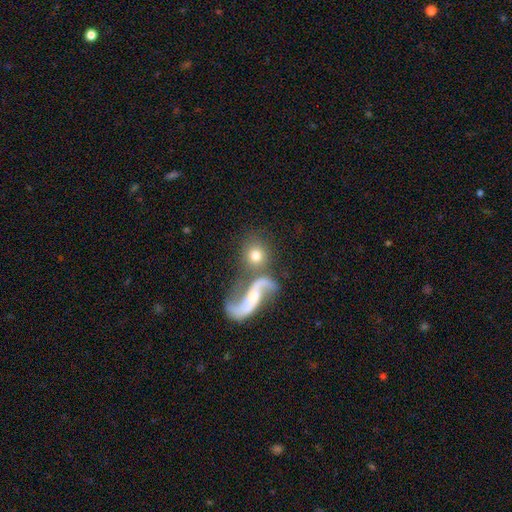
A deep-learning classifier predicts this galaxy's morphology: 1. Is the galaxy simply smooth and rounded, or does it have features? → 63% smooth, 29% featured or disk, 8% star or artifact.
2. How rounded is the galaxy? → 82% round, 15% in between, 3% cigar-shaped.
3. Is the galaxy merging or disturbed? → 56% none, 27% merger, 10% minor disturbance, 7% major disturbance.